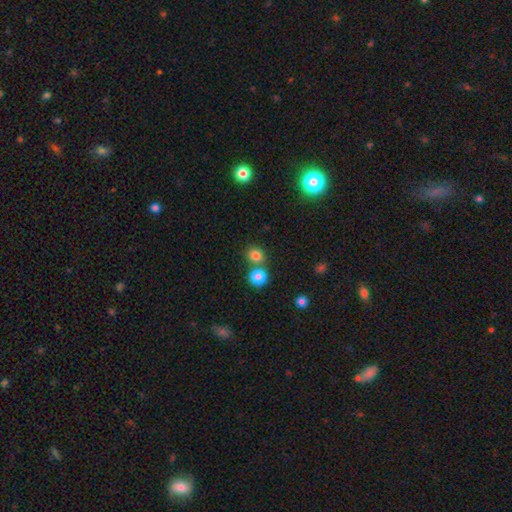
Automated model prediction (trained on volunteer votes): This appears to be a smooth galaxy with no disk features (81%) that is round (82%). Merging: none (63%).